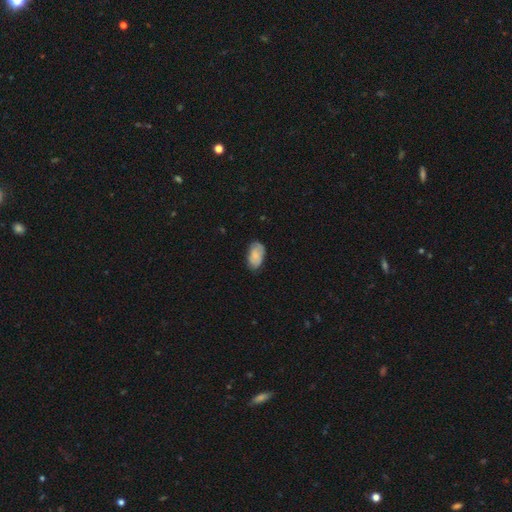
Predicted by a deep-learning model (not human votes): Smooth or featured?
  - smooth: 71% *
  - featured or disk: 21%
  - star or artifact: 8%
How rounded?
  - in between: 93% *
  - round: 5%
  - cigar-shaped: 2%
Merging?
  - none: 70% *
  - minor disturbance: 24%
  - major disturbance: 5%
  - merger: 1%